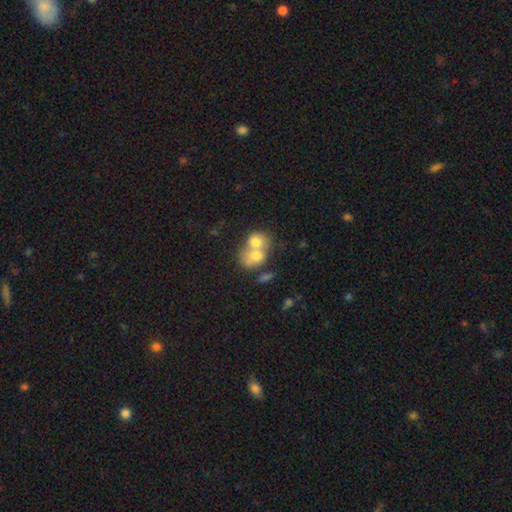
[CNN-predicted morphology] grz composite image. It shows a smooth galaxy with no disk features (68%) that is round (49%, tied with in between). Merging: merger (75%).